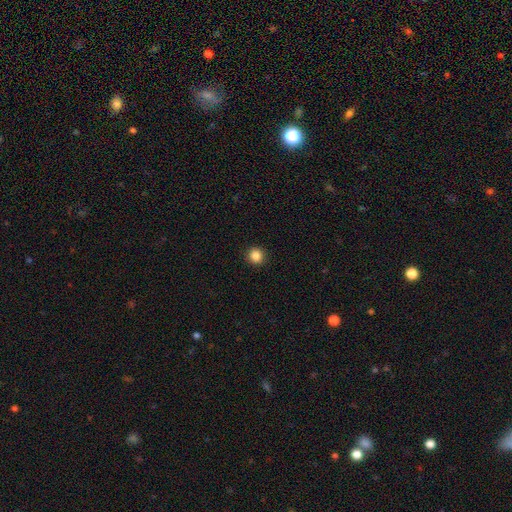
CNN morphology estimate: type=smooth (86%); roundness=round (93%); merging=none (92%).